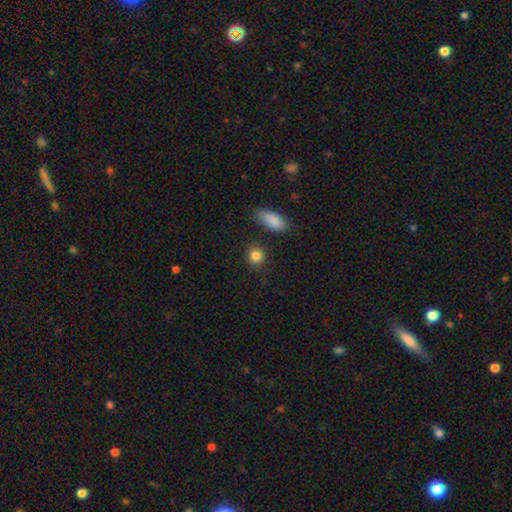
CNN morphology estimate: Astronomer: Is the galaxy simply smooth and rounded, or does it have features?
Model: smooth — 86%.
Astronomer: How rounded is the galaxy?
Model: round — 80%.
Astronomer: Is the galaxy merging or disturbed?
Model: none — 85%.